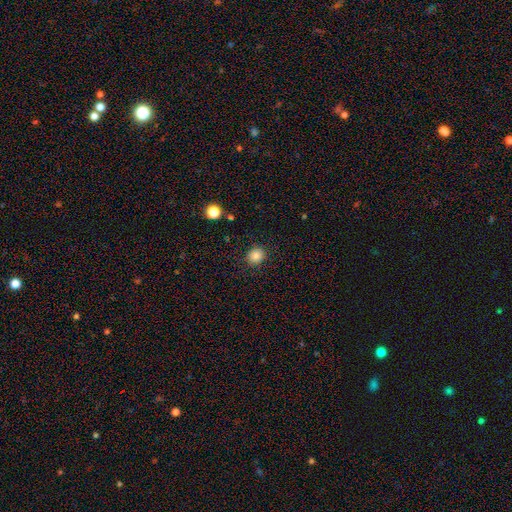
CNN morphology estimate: Smooth or featured? Predicted: smooth (p=0.83). How rounded? Predicted: round (p=0.82). Merging? Predicted: none (p=0.89).